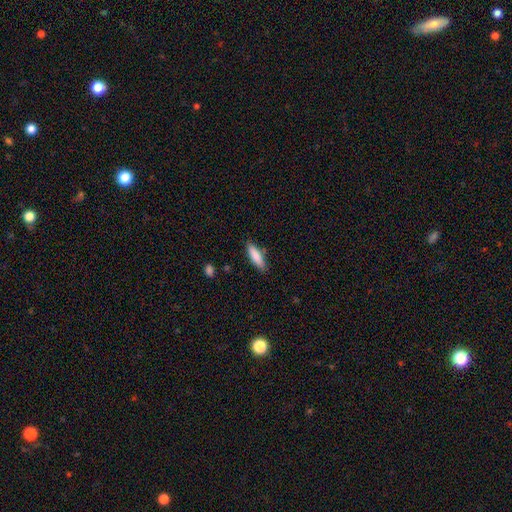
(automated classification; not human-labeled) A smooth galaxy with no disk features (82%) that is cigar-shaped (56%).

Vote fractions:
- Smooth or featured? smooth: 82% / featured or disk: 12% / star or artifact: 6%
- How rounded? cigar-shaped: 56% / in between: 42% / round: 2%
- Merging? none: 85% / minor disturbance: 11% / major disturbance: 2% / merger: 2%